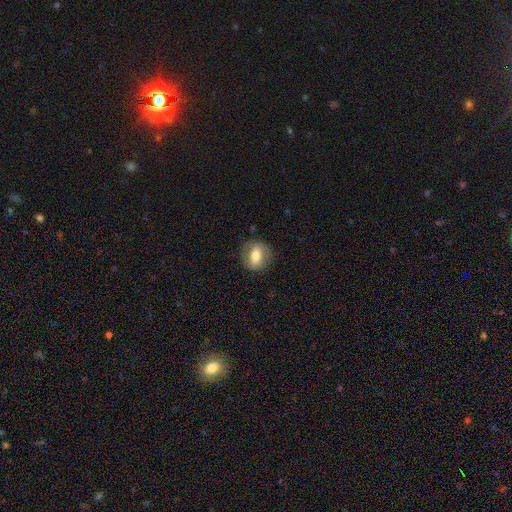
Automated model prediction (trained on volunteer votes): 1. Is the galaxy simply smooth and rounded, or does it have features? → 54% smooth, 38% featured or disk, 8% star or artifact.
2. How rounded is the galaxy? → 58% round, 39% in between, 2% cigar-shaped.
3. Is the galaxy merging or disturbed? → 82% none, 12% minor disturbance, 5% major disturbance, 1% merger.